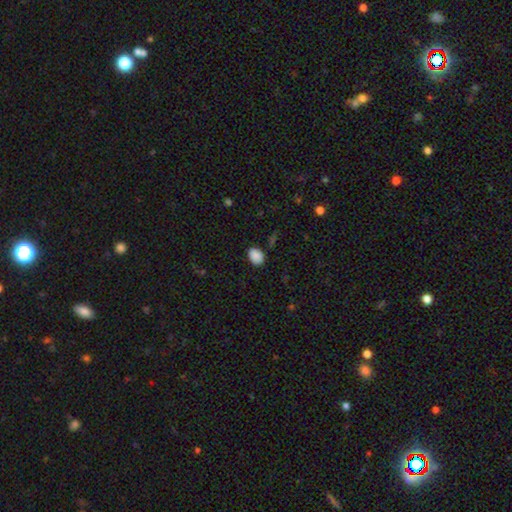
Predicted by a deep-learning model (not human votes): Smooth or featured: smooth — 88% (star or artifact — 9%)
How rounded: in between — 70% (round — 29%)
Merging: none — 82% (minor disturbance — 13%)